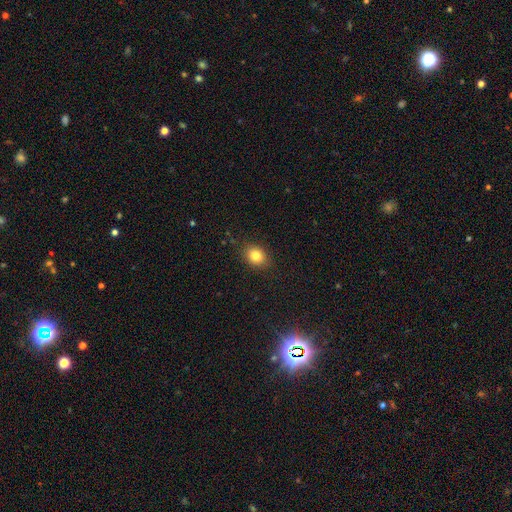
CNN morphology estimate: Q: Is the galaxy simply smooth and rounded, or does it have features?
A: smooth — 82%.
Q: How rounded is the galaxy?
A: in between — 55%.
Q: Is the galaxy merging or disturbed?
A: none — 86%.